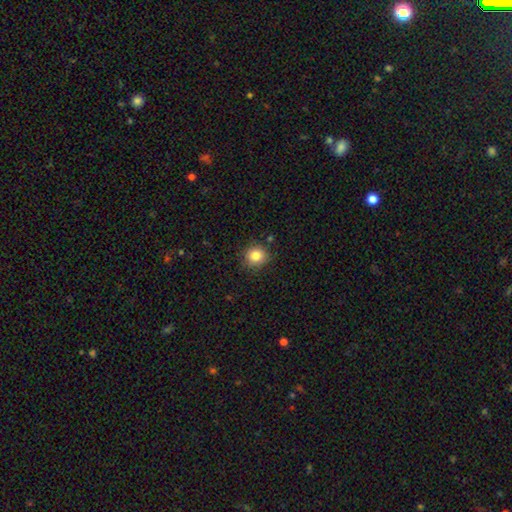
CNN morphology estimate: type=smooth (83%); roundness=round (90%); merging=none (87%).